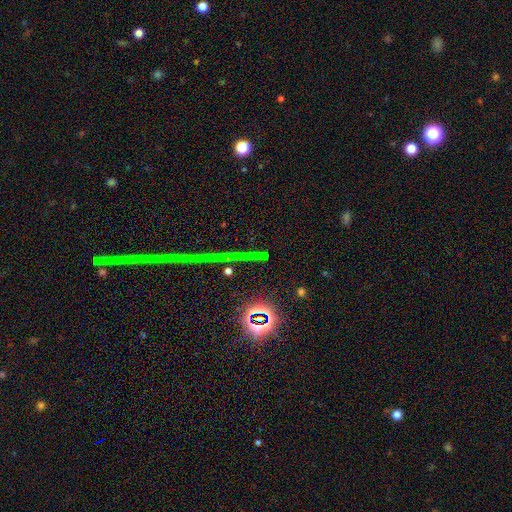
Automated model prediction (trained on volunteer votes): star or artifact 80%, featured or disk 11%, smooth 9%.